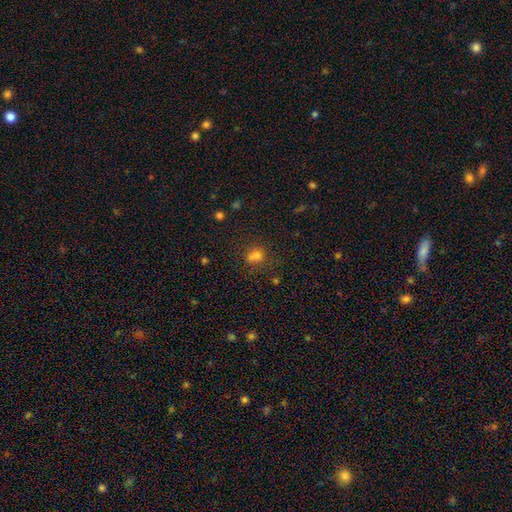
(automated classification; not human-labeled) Smooth or featured: smooth — 68% (star or artifact — 22%)
How rounded: round — 66% (in between — 33%)
Merging: none — 53% (merger — 28%)